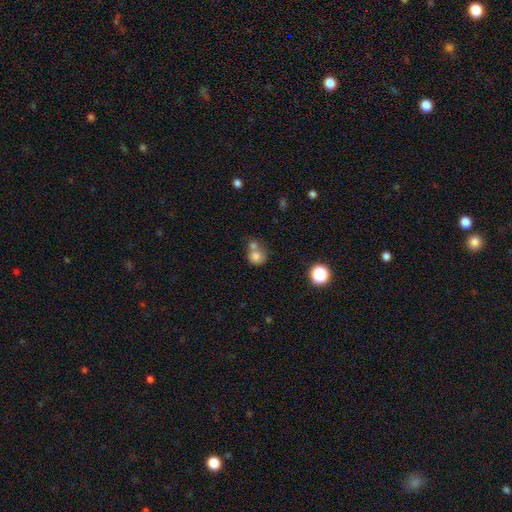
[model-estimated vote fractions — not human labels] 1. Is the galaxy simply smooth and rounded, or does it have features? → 76% smooth, 12% star or artifact, 12% featured or disk.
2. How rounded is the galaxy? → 80% round, 19% in between, 1% cigar-shaped.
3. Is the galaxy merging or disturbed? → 49% merger, 37% none, 9% minor disturbance, 5% major disturbance.